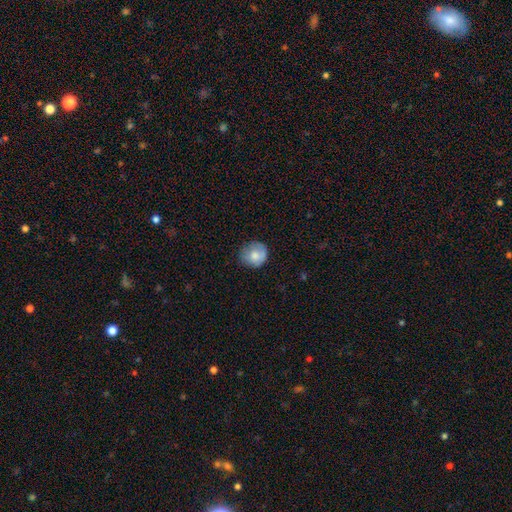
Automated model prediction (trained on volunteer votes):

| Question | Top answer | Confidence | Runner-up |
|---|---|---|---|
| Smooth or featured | smooth | 78% | featured or disk (14%) |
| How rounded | round | 83% | in between (16%) |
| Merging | none | 68% | minor disturbance (23%) |